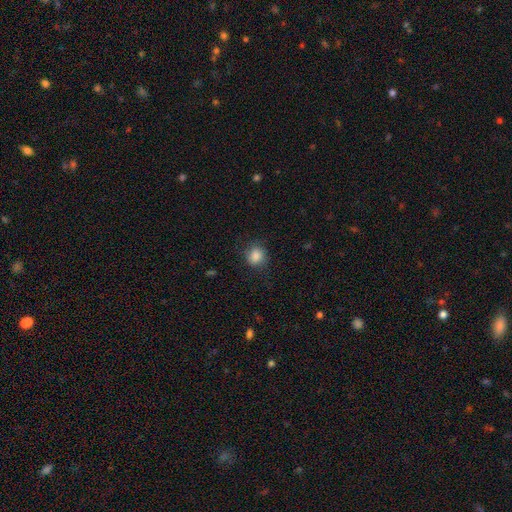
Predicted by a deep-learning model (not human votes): Overall: smooth (85%). How rounded: round (73%). Merging: none (74%).